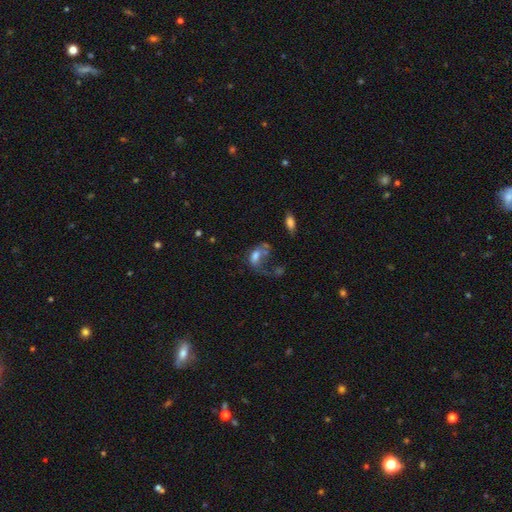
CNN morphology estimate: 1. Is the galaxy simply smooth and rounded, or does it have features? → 57% smooth, 31% featured or disk, 12% star or artifact.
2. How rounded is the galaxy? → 85% in between, 10% round, 4% cigar-shaped.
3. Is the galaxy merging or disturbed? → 45% major disturbance, 22% merger, 19% none, 14% minor disturbance.